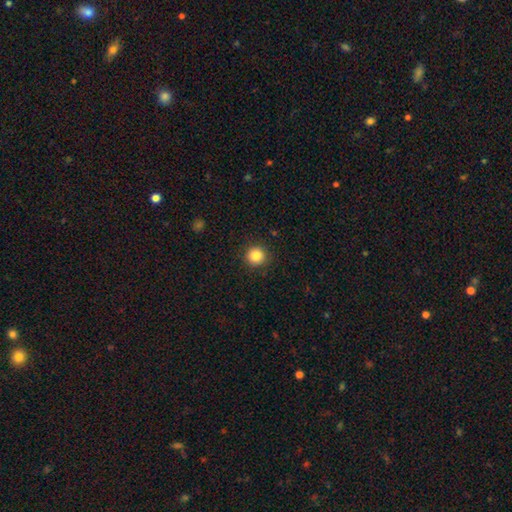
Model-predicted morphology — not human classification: smooth-or-featured: smooth: 85% | star or artifact: 10% | featured or disk: 5%
  how-rounded: round: 94% | in between: 5% | cigar-shaped: 1%
  merging: none: 91% | minor disturbance: 6% | major disturbance: 2% | merger: 1%